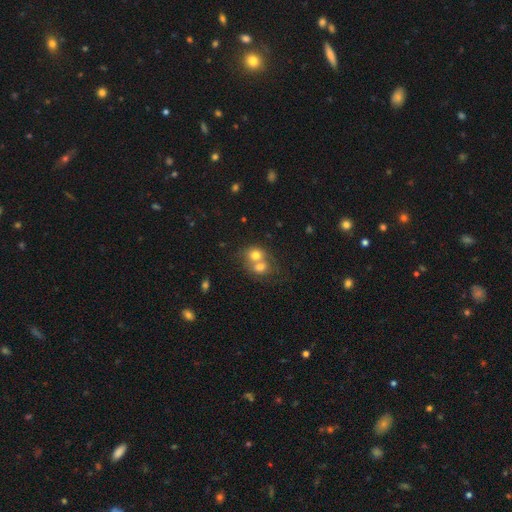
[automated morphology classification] smooth_or_featured: smooth (p=0.70) [alt: featured or disk p=0.19]
how_rounded: round (p=0.64) [alt: in between p=0.35]
merging: merger (p=0.70) [alt: none p=0.22]